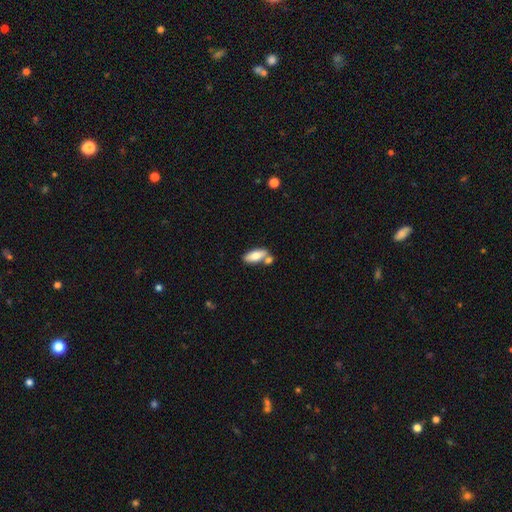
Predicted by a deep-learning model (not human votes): Smooth or featured? smooth (77%)
How rounded? in between (78%)
Merging? none (61%)